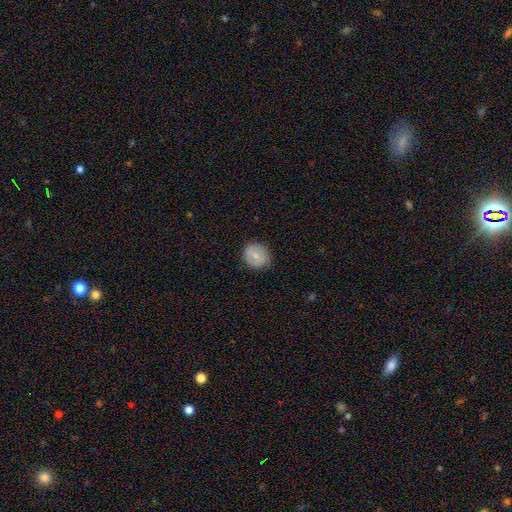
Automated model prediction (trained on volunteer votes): smooth 62%, featured or disk 31%, star or artifact 7%. Down the decision tree: how rounded — round (79%); merging — none (84%).